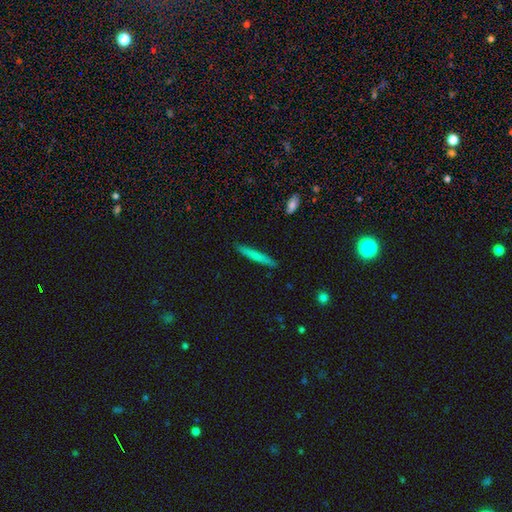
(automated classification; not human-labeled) Q: Smooth or featured?
A: smooth (72%); runner-up: featured or disk (23%)
Q: How rounded?
A: cigar-shaped (95%); runner-up: in between (3%)
Q: Merging?
A: none (89%); runner-up: minor disturbance (8%)